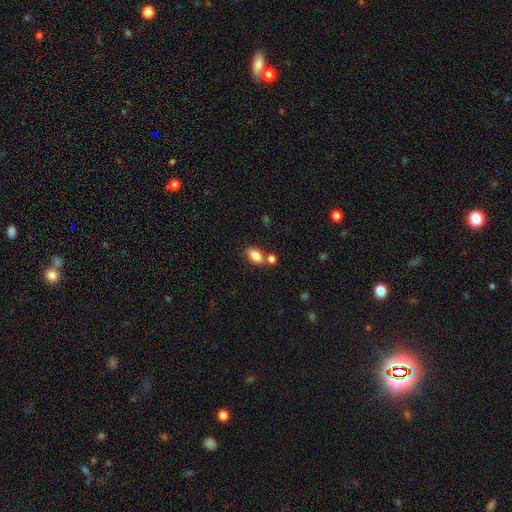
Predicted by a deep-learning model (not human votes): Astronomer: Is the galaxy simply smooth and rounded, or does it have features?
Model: smooth — 85%.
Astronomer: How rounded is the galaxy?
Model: in between — 89%.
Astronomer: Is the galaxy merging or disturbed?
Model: none — 64%.